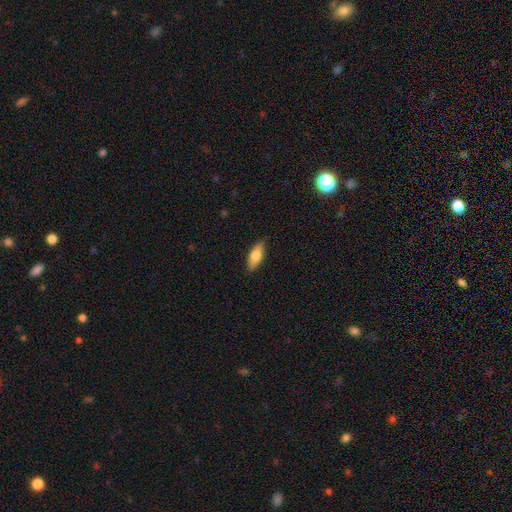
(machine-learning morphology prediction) This appears to be a smooth galaxy with no disk features (72%) that is in between round and cigar-shaped (69%). Merging: none (87%).